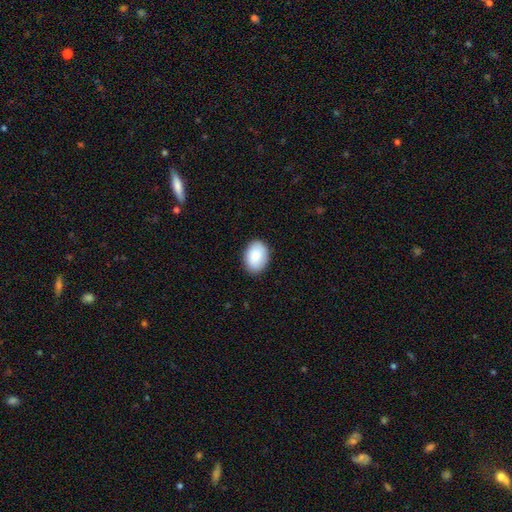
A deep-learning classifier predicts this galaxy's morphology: A smooth galaxy with no disk features (87%) that is in between round and cigar-shaped (81%). Merging: none (87%).